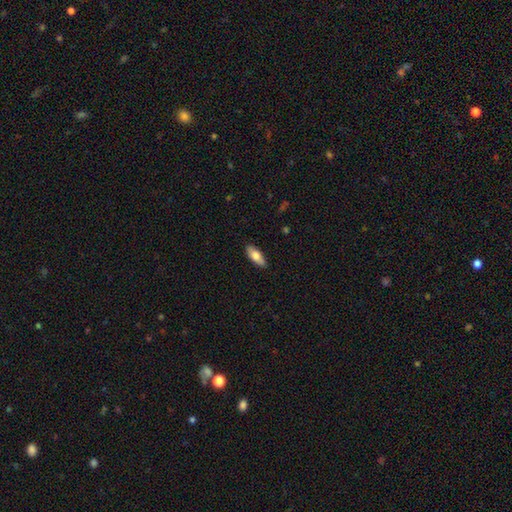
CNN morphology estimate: A smooth galaxy with no disk features (72%) that is in between round and cigar-shaped (75%). Merging: none (88%).